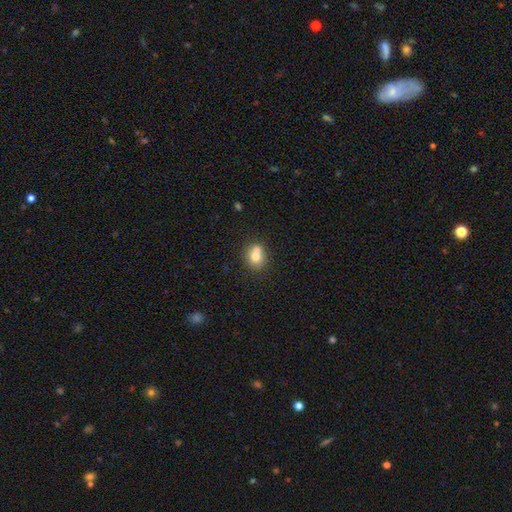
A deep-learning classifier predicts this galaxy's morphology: A smooth galaxy with no disk features (72%) that is round (67%).

Vote fractions:
- Smooth or featured? smooth: 72% / featured or disk: 18% / star or artifact: 10%
- How rounded? round: 67% / in between: 32% / cigar-shaped: 1%
- Merging? none: 43% (tied) / merger: 43% (tied) / minor disturbance: 11% / major disturbance: 3%